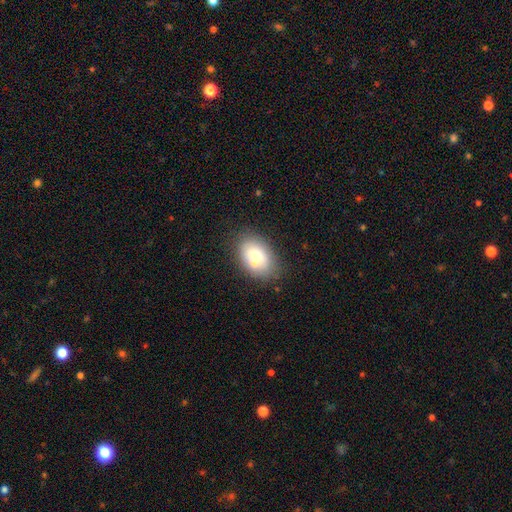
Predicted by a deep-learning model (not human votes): This appears to be a smooth galaxy with no disk features (68%) that is in between round and cigar-shaped (80%). Merging: none (60%).